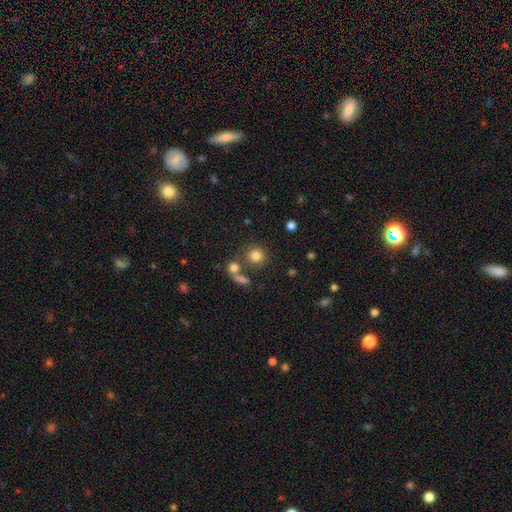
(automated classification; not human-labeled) Overall: smooth (81%). How rounded: round (89%). Merging: none (71%).